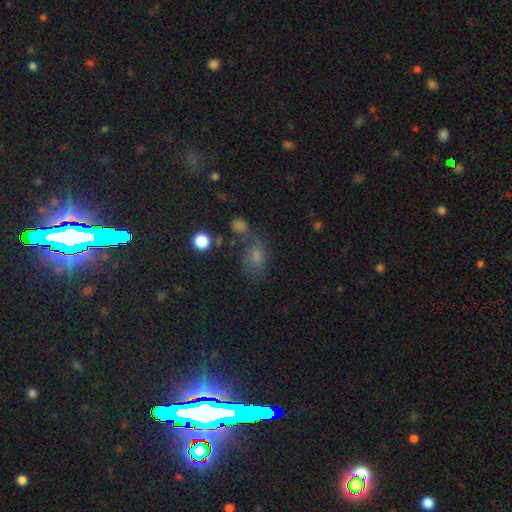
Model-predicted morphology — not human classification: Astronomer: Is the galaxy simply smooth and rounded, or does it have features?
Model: star or artifact — 57%.